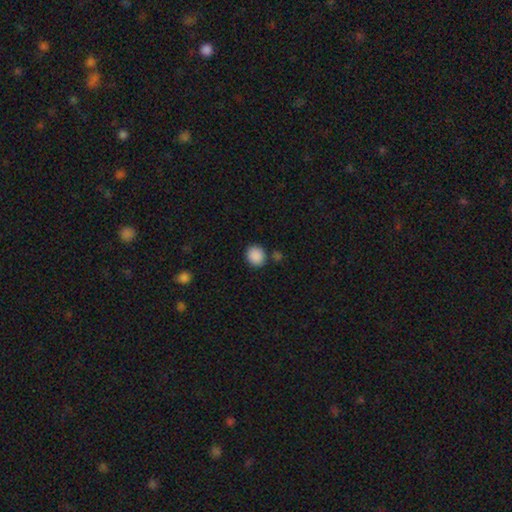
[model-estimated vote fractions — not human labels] This is clearly a smooth galaxy (89%). How rounded: likely round (79%). Merging: clearly none (81%).